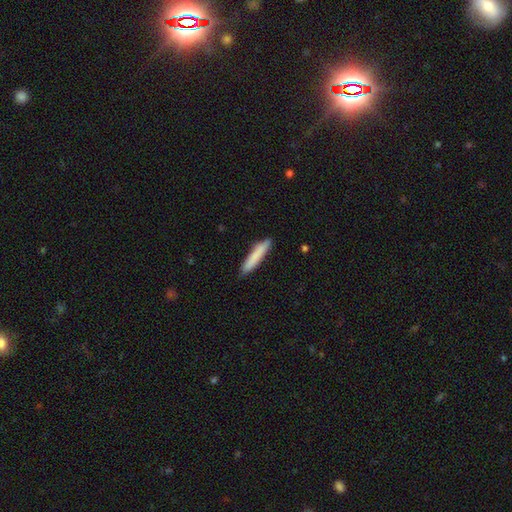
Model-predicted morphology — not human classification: smooth_or_featured: smooth (p=0.82) [alt: featured or disk p=0.13]
how_rounded: cigar-shaped (p=0.91) [alt: in between p=0.08]
merging: none (p=0.86) [alt: minor disturbance p=0.11]